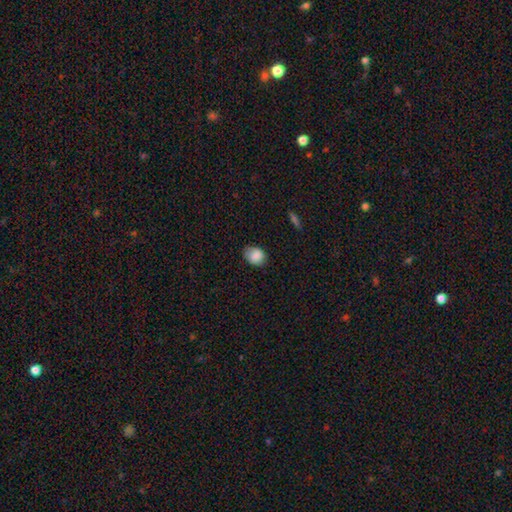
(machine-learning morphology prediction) Smooth or featured?
  - smooth: 87% *
  - star or artifact: 8%
  - featured or disk: 5%
How rounded?
  - in between: 55% *
  - round: 44%
  - cigar-shaped: 1%
Merging?
  - none: 75% *
  - minor disturbance: 20%
  - major disturbance: 4%
  - merger: 1%